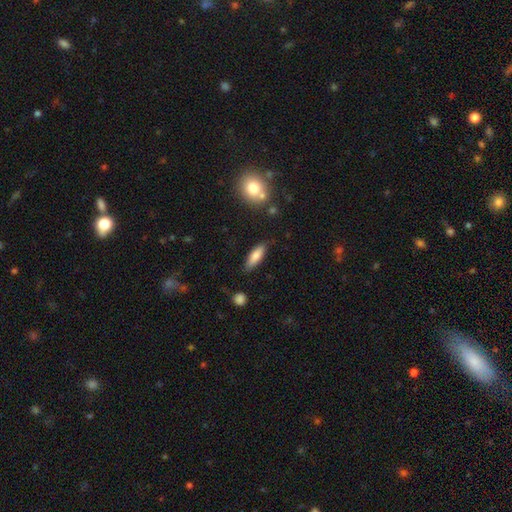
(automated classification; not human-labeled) smooth_or_featured: smooth (p=0.78) [alt: featured or disk p=0.15]
how_rounded: in between (p=0.54) [alt: cigar-shaped p=0.44]
merging: none (p=0.81) [alt: minor disturbance p=0.13]